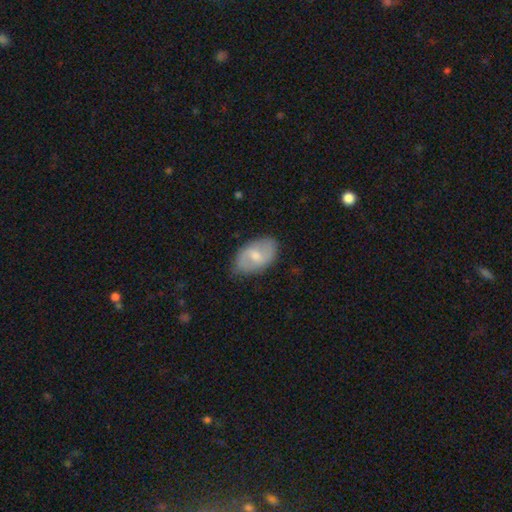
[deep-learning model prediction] This is possibly a smooth galaxy (52%). How rounded: clearly in between (91%). Merging: likely none (80%).